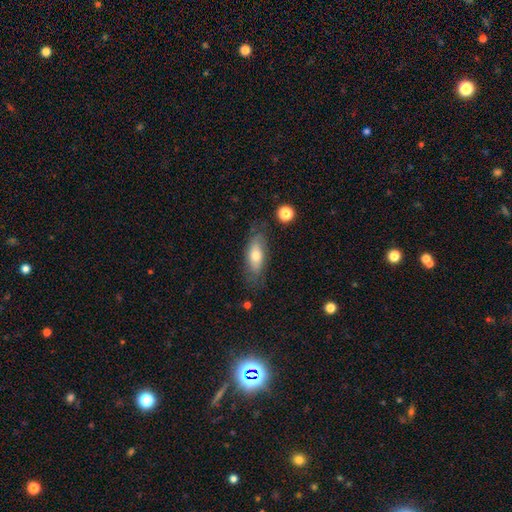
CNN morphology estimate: The model was most divided on "smooth or featured": smooth: 63%, featured or disk: 29%, star or artifact: 8%. More confident: merging — none (74%); how rounded — in between (70%).